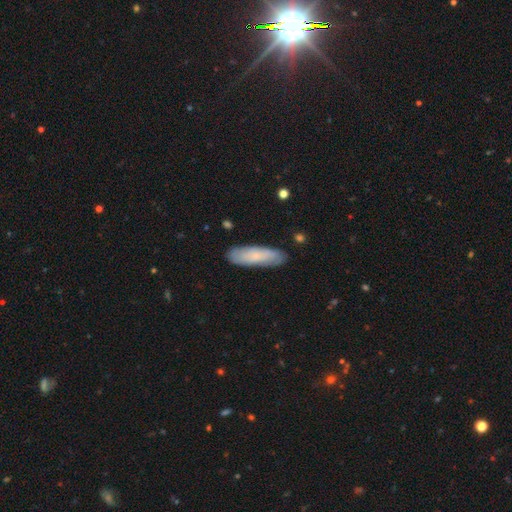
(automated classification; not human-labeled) Smooth or featured? Predicted: smooth (p=0.73). How rounded? Predicted: cigar-shaped (p=0.57). Merging? Predicted: none (p=0.84).